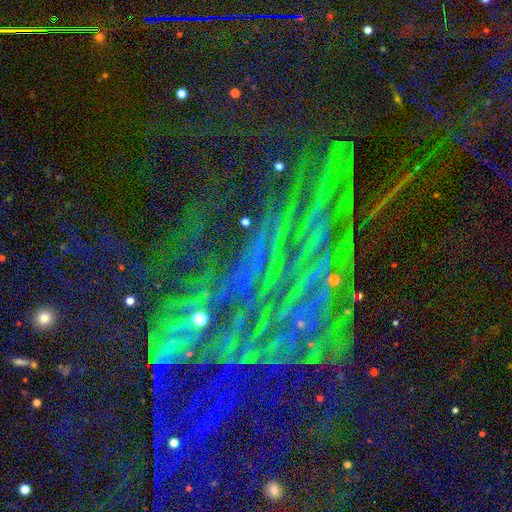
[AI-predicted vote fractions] This is clearly a star or artifact rather than a galaxy (84%).